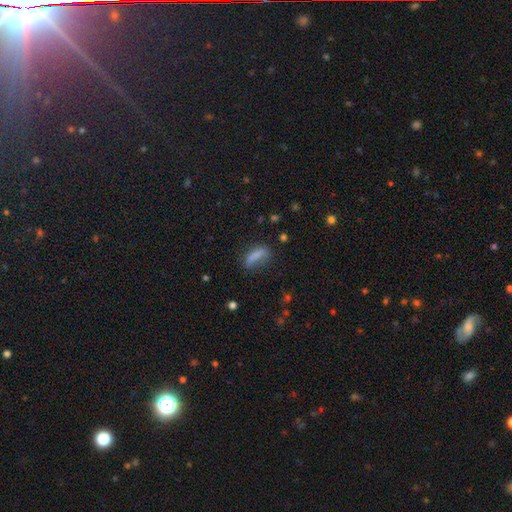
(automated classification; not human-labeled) Smooth or featured? Predicted: smooth (p=0.77). How rounded? Predicted: cigar-shaped (p=0.52). Merging? Predicted: none (p=0.60).